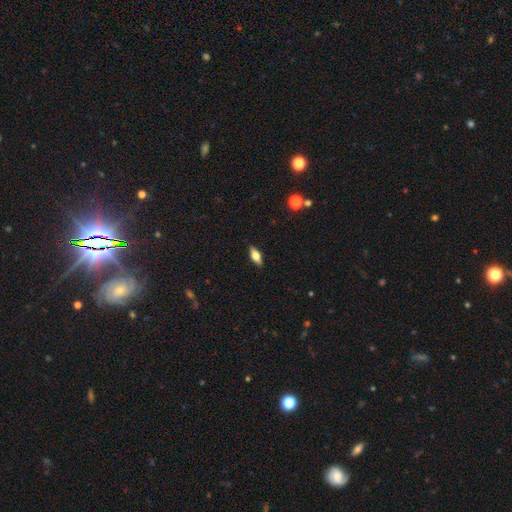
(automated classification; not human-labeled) The model was most divided on "smooth or featured": smooth: 63%, featured or disk: 29%, star or artifact: 8%. More confident: merging — none (89%); how rounded — in between (77%).